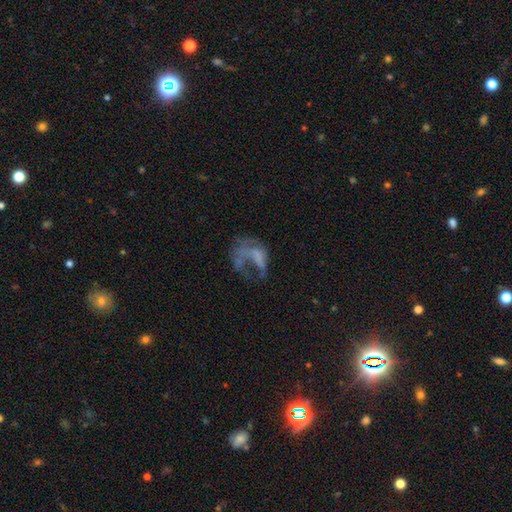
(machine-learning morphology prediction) Smooth or featured?
  - featured or disk: 52% *
  - smooth: 32%
  - star or artifact: 16%
Edge-on disk?
  - no: 97% *
  - yes: 3%
Bar?
  - no: 84% *
  - weak: 12%
  - strong: 5%
Spiral arms?
  - no: 80% *
  - yes: 20%
Bulge size?
  - none: 76% *
  - small: 10%
  - moderate: 8%
  - large: 4%
  - dominant: 2%
Merging?
  - major disturbance: 55% *
  - none: 23%
  - minor disturbance: 12%
  - merger: 9%